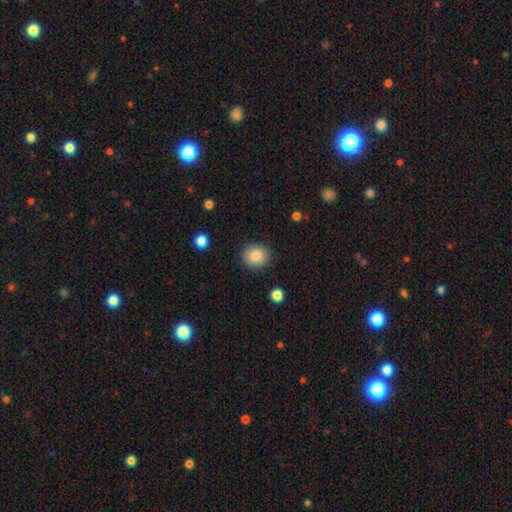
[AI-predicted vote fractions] A smooth galaxy with no disk features (85%) that is round (75%).

Vote fractions:
- Smooth or featured? smooth: 85% / star or artifact: 9% / featured or disk: 7%
- How rounded? round: 75% / in between: 25% / cigar-shaped: 1%
- Merging? none: 88% / minor disturbance: 8% / major disturbance: 3% / merger: 1%